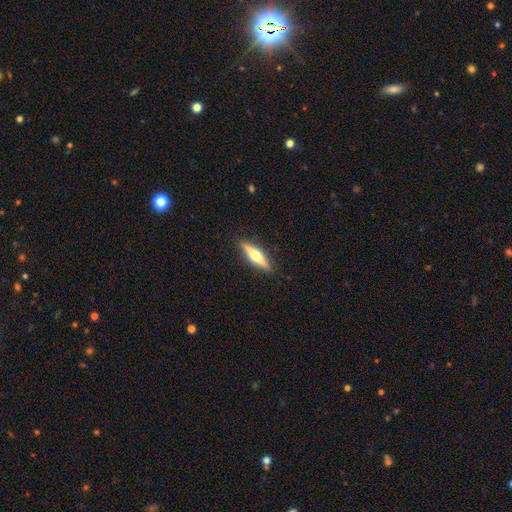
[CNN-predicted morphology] smooth-or-featured: featured or disk: 63% | smooth: 31% | star or artifact: 6%
  disk-edge-on: yes: 97% | no: 3%
    edge-on-bulge: rounded: 92% | boxy: 4% | none: 4%
  merging: none: 90% | minor disturbance: 7% | major disturbance: 2% | merger: 1%